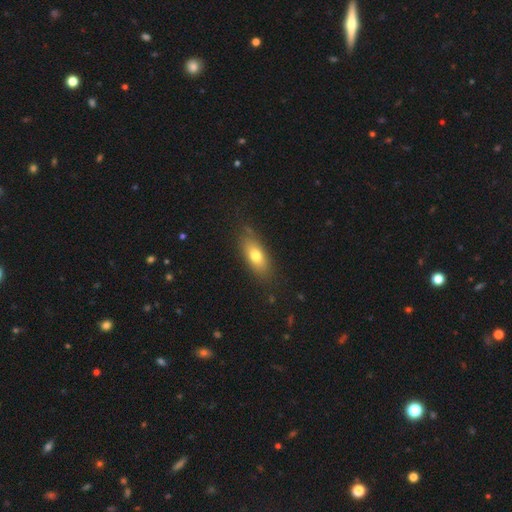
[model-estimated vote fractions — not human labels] smooth_or_featured: smooth (p=0.73) [alt: featured or disk p=0.20]
how_rounded: in between (p=0.78) [alt: cigar-shaped p=0.17]
merging: none (p=0.78) [alt: minor disturbance p=0.16]